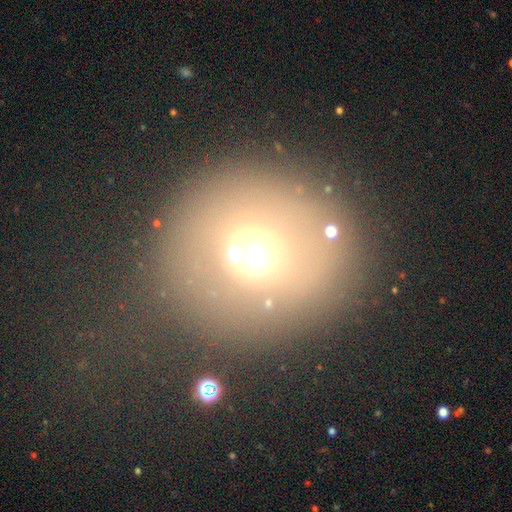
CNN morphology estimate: Smooth or featured: smooth — 57% (featured or disk — 22%)
How rounded: round — 85% (in between — 14%)
Merging: none — 71% (minor disturbance — 13%)